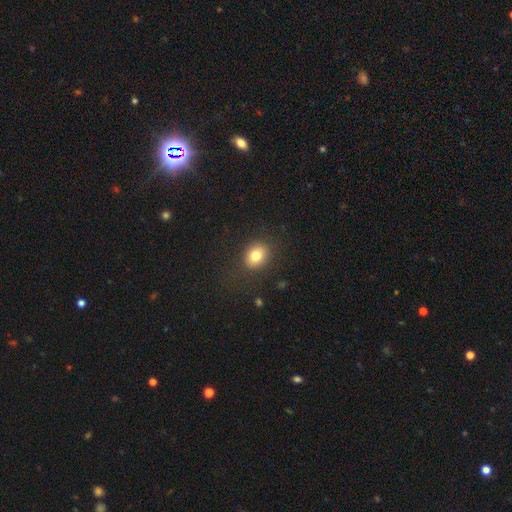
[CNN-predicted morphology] Smooth or featured? smooth (80%)
How rounded? round (55%)
Merging? none (85%)